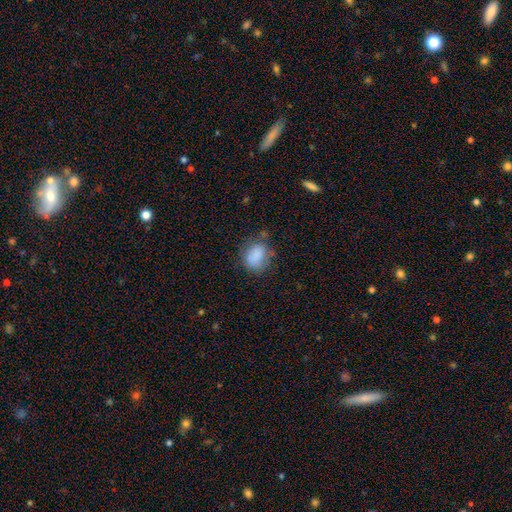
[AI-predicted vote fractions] Overall: smooth (83%). How rounded: in between (51%; round 48%). Merging: none (62%; minor disturbance 25%).